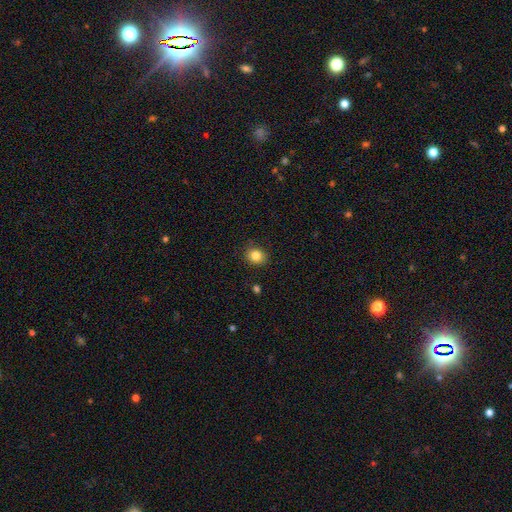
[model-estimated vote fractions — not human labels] Smooth or featured? Predicted: smooth (p=0.84). How rounded? Predicted: round (p=0.76). Merging? Predicted: none (p=0.88).